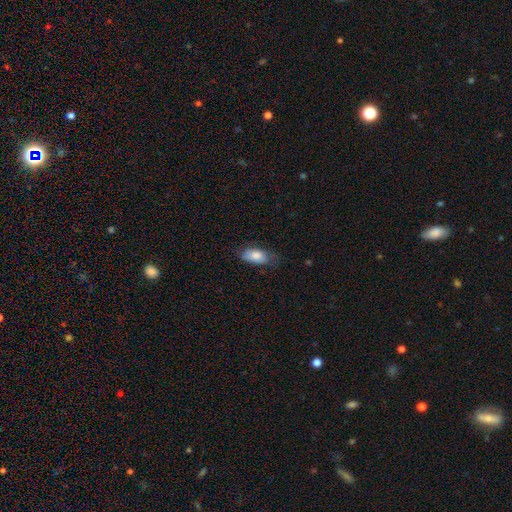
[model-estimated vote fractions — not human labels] A smooth galaxy with no disk features (80%) that is in between round and cigar-shaped (88%). Merging: none (61%).